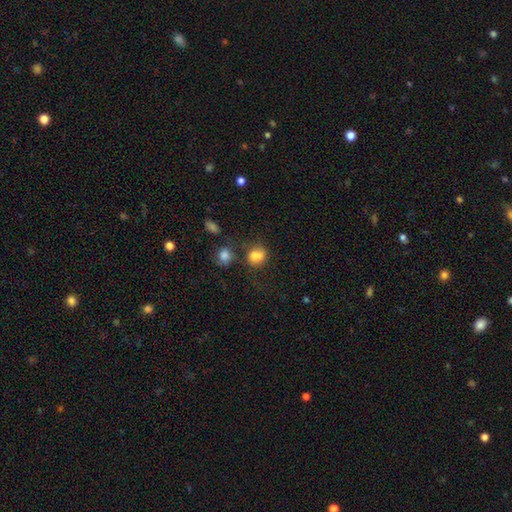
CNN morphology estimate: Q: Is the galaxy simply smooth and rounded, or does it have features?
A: smooth — 75%.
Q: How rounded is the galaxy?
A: round — 64%.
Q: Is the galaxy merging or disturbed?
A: none — 42%.